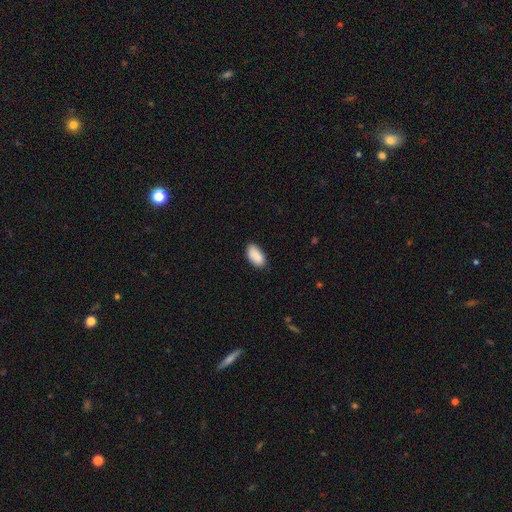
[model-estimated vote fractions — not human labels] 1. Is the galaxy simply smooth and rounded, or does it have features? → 90% smooth, 7% star or artifact, 4% featured or disk.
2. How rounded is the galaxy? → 94% in between, 3% cigar-shaped, 3% round.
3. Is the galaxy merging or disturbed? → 81% none, 15% minor disturbance, 2% major disturbance, 1% merger.